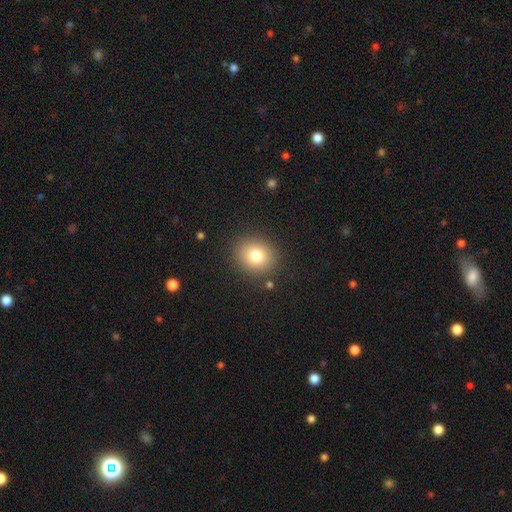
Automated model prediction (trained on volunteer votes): smooth_or_featured: smooth (p=0.78) [alt: star or artifact p=0.12]
how_rounded: round (p=0.71) [alt: in between p=0.28]
merging: none (p=0.88) [alt: minor disturbance p=0.08]